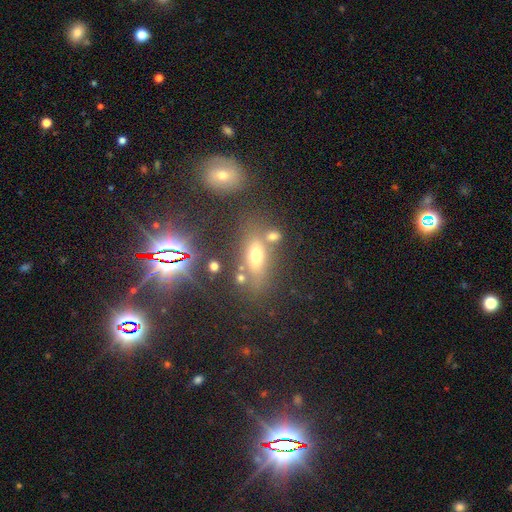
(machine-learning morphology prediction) Smooth or featured? smooth (56%)
How rounded? in between (65%)
Merging? none (61%)